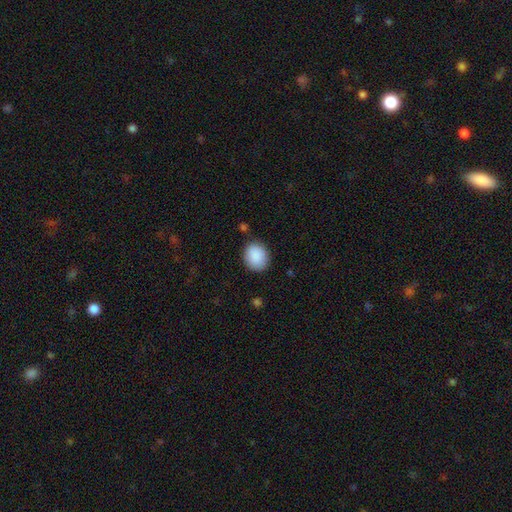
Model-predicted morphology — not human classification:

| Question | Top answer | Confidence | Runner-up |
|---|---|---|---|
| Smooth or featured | smooth | 89% | star or artifact (7%) |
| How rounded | round | 60% | in between (39%) |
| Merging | none | 84% | minor disturbance (11%) |